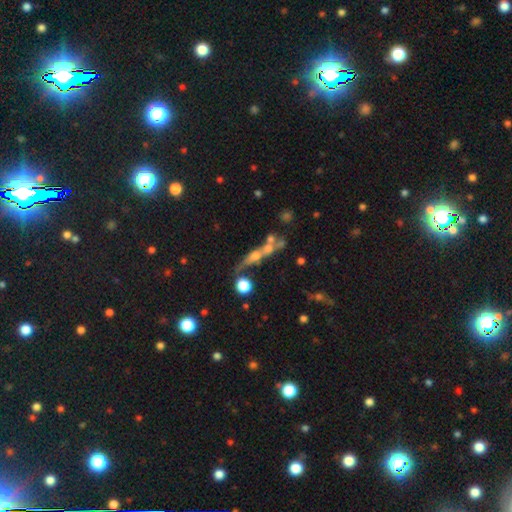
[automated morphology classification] smooth-or-featured: featured or disk: 53% | smooth: 31% | star or artifact: 17%
  disk-edge-on: yes: 60% | no: 40%
  merging: none: 44% | merger: 31% | minor disturbance: 13% | major disturbance: 12%